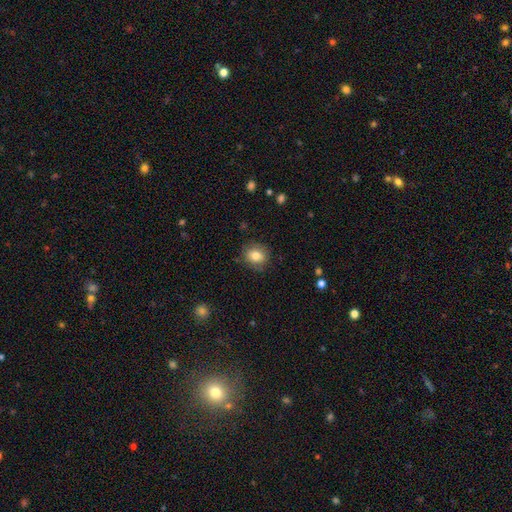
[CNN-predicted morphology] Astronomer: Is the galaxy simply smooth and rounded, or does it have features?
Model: smooth — 79%.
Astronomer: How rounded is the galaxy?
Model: round — 72%.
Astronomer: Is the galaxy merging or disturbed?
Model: none — 83%.